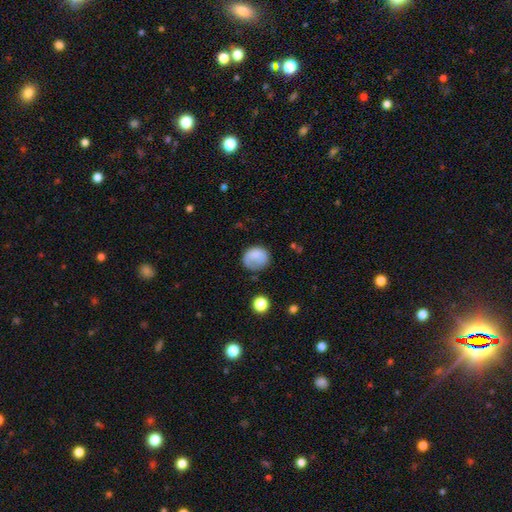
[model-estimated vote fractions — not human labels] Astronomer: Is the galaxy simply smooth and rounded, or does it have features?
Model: smooth — 75%.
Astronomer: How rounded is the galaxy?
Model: round — 73%.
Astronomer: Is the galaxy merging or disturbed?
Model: none — 55%.